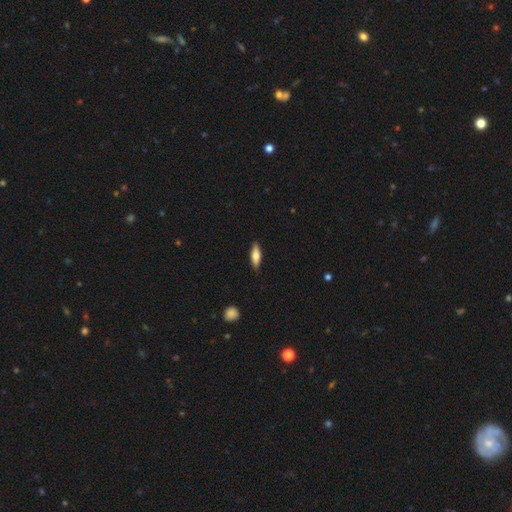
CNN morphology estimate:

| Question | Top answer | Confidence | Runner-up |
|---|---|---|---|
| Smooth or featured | smooth | 66% | featured or disk (28%) |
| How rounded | in between | 50% | cigar-shaped (47%) |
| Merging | none | 87% | minor disturbance (10%) |